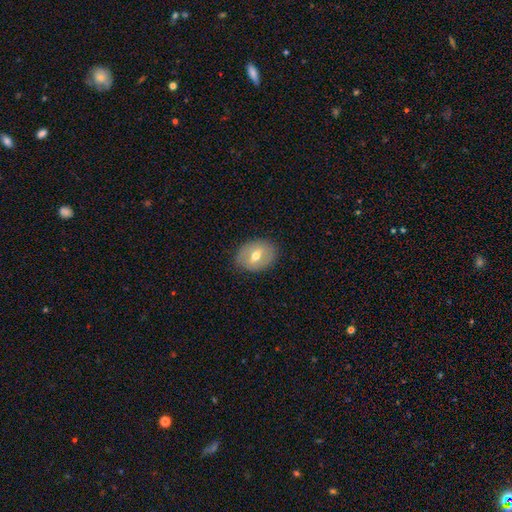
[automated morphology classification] This is possibly a smooth galaxy (52%). How rounded: possibly in between (57%). Merging: clearly none (83%).